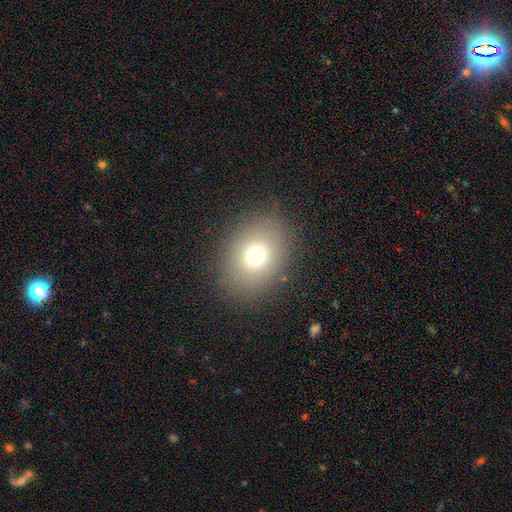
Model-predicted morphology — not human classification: This appears to be a smooth galaxy with no disk features (72%) that is in between round and cigar-shaped (50%). Merging: none (85%).